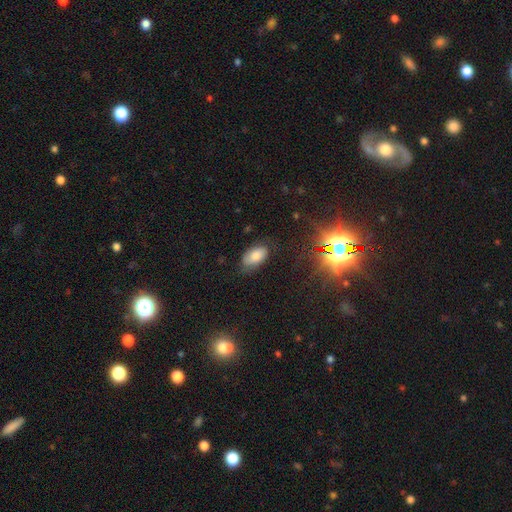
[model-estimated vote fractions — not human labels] A smooth galaxy with no disk features (73%) that is in between round and cigar-shaped (93%).

Vote fractions:
- Smooth or featured? smooth: 73% / featured or disk: 15% / star or artifact: 12%
- How rounded? in between: 93% / round: 5% / cigar-shaped: 2%
- Merging? none: 70% / minor disturbance: 22% / major disturbance: 6% / merger: 2%